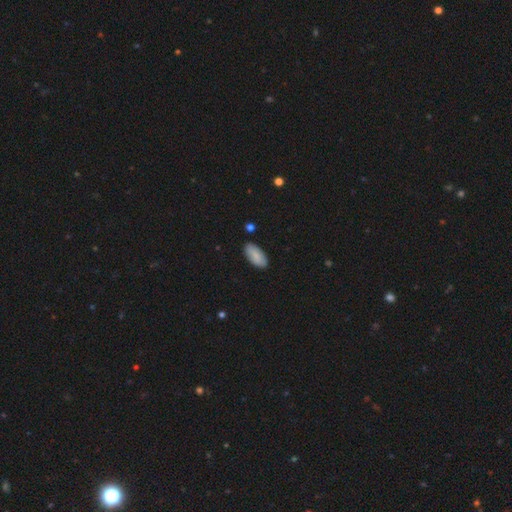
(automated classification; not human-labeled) smooth_or_featured: smooth (p=0.84) [alt: featured or disk p=0.10]
how_rounded: in between (p=0.91) [alt: cigar-shaped p=0.07]
merging: none (p=0.87) [alt: minor disturbance p=0.10]